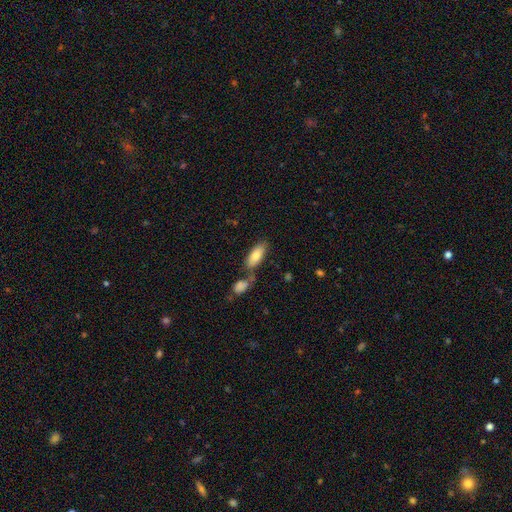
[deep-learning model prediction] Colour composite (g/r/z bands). It shows a smooth galaxy with no disk features (78%) that is in between round and cigar-shaped (80%). Merging: none (57%).